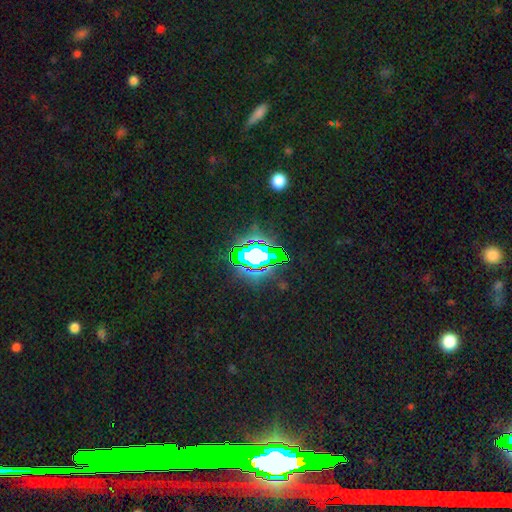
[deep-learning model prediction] Smooth or featured? Predicted: star or artifact (p=0.71).